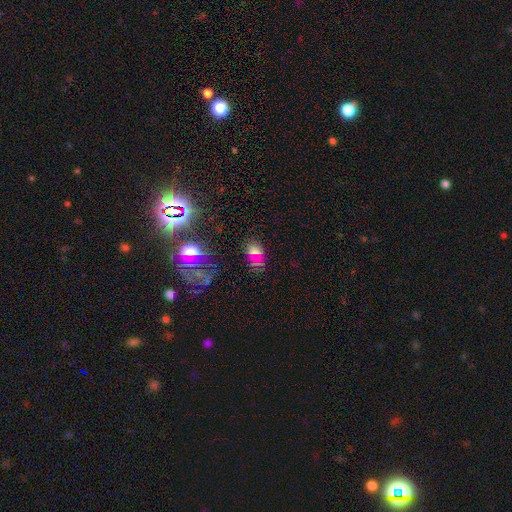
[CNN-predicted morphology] This is possibly a smooth galaxy (46%). Merging: likely none (68%).